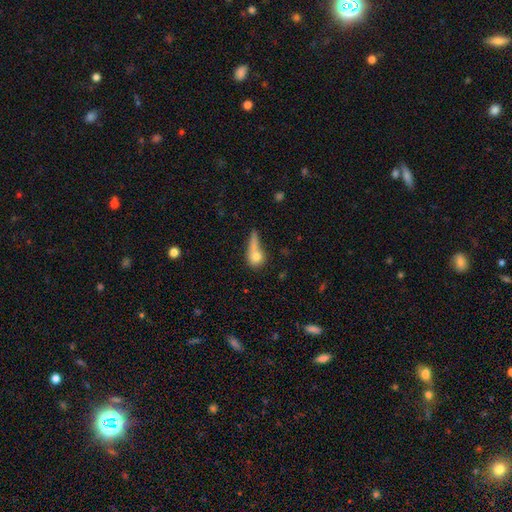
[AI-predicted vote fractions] smooth_or_featured: smooth (p=0.71) [alt: featured or disk p=0.19]
how_rounded: round (p=0.46) [alt: in between p=0.35]
merging: none (p=0.30) [alt: merger p=0.28]